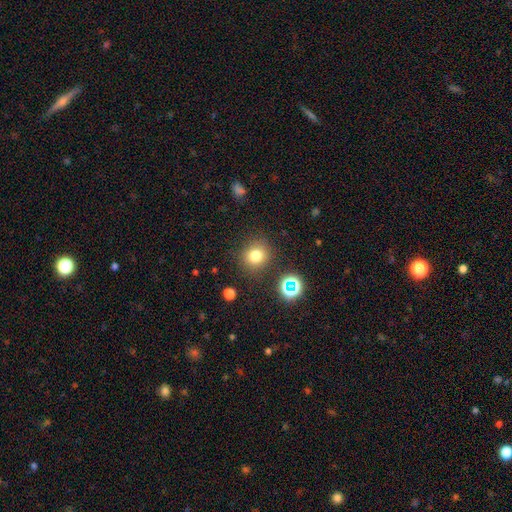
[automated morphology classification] Smooth or featured?
  - smooth: 76% *
  - star or artifact: 16%
  - featured or disk: 8%
How rounded?
  - round: 88% *
  - in between: 11%
  - cigar-shaped: 1%
Merging?
  - none: 85% *
  - minor disturbance: 9%
  - major disturbance: 4%
  - merger: 3%